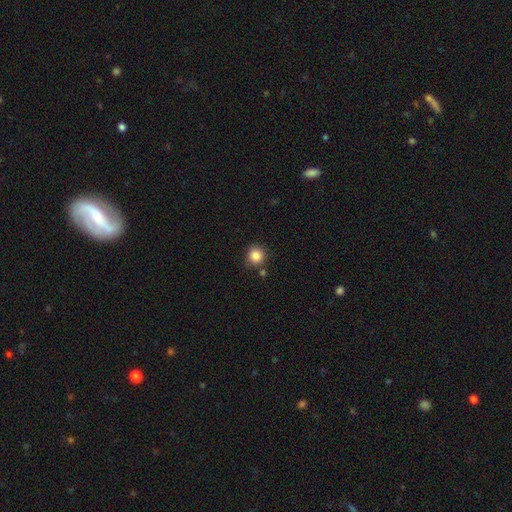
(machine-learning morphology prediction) smooth 86%, star or artifact 10%, featured or disk 4%. Down the decision tree: how rounded — round (92%); merging — none (80%).